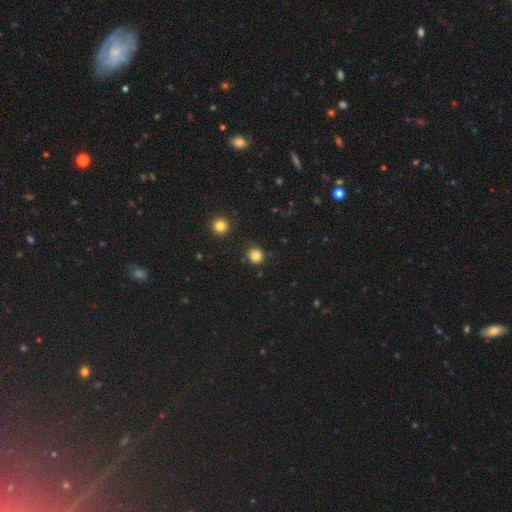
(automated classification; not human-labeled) smooth 83%, star or artifact 12%, featured or disk 4%. Down the decision tree: how rounded — round (85%); merging — none (85%).